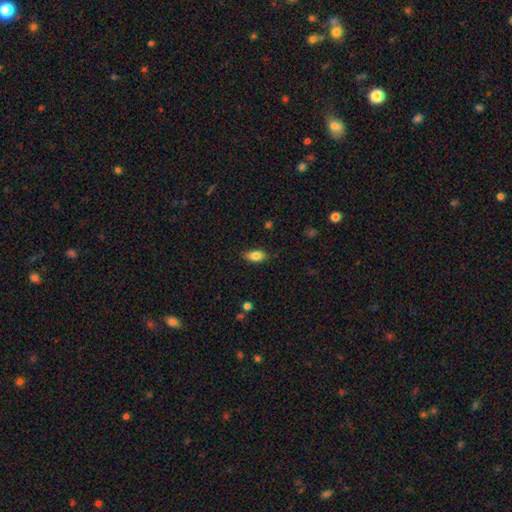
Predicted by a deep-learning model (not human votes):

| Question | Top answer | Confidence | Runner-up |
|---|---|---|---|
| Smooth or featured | smooth | 85% | star or artifact (8%) |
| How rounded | in between | 90% | round (5%) |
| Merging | none | 84% | minor disturbance (12%) |